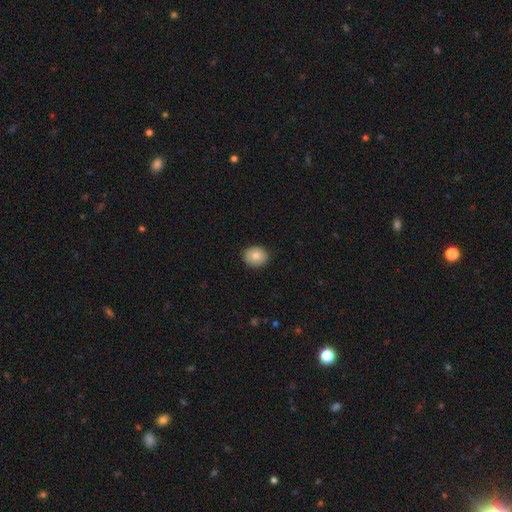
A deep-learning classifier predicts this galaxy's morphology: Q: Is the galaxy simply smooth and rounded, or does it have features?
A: smooth — 82%.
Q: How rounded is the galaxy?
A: round — 64%.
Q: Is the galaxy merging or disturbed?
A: none — 89%.